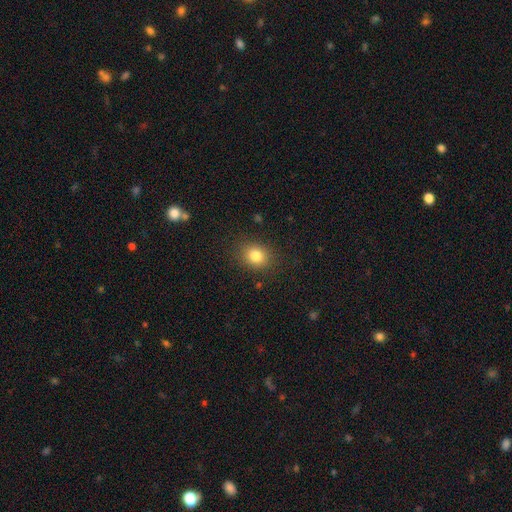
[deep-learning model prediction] smooth-or-featured: smooth: 82% | star or artifact: 11% | featured or disk: 7%
  how-rounded: round: 58% | in between: 41% | cigar-shaped: 1%
  merging: none: 86% | minor disturbance: 10% | major disturbance: 3% | merger: 1%